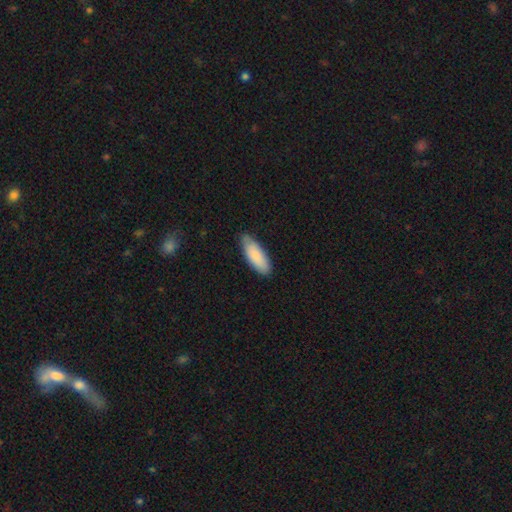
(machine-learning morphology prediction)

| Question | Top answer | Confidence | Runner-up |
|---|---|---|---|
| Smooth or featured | smooth | 85% | featured or disk (10%) |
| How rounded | in between | 73% | cigar-shaped (25%) |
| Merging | none | 77% | minor disturbance (19%) |